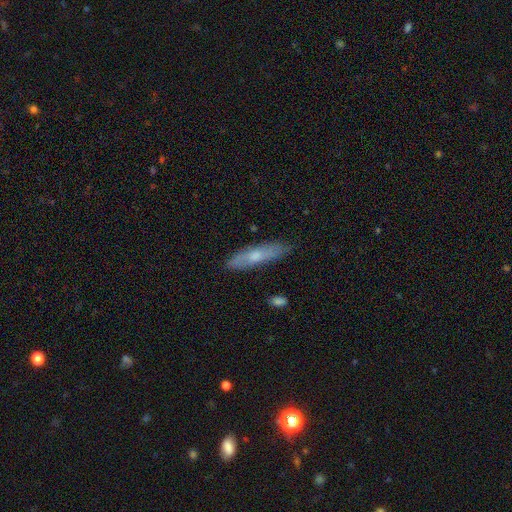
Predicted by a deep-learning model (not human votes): smooth-or-featured: smooth: 54% | featured or disk: 39% | star or artifact: 7%
  how-rounded: cigar-shaped: 75% | in between: 23% | round: 2%
  merging: none: 81% | minor disturbance: 14% | major disturbance: 2% | merger: 2%